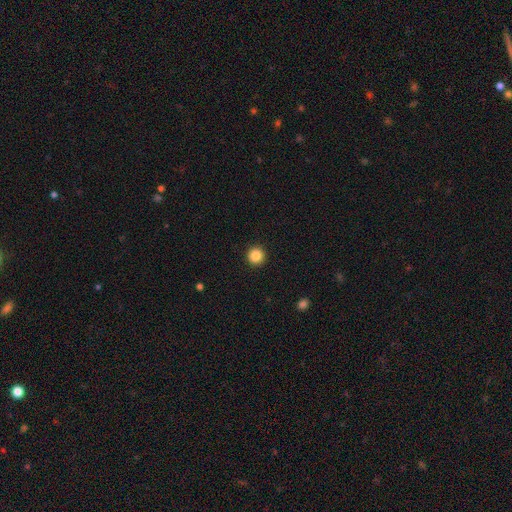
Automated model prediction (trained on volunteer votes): Smooth or featured?
  - smooth: 87% *
  - star or artifact: 10%
  - featured or disk: 3%
How rounded?
  - round: 96% *
  - in between: 3%
  - cigar-shaped: 1%
Merging?
  - none: 93% *
  - minor disturbance: 4%
  - major disturbance: 2%
  - merger: 1%